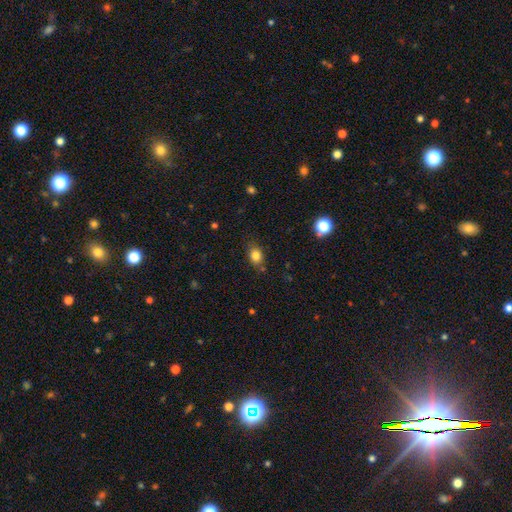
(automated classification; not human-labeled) Smooth or featured? smooth (82%)
How rounded? in between (59%)
Merging? none (77%)